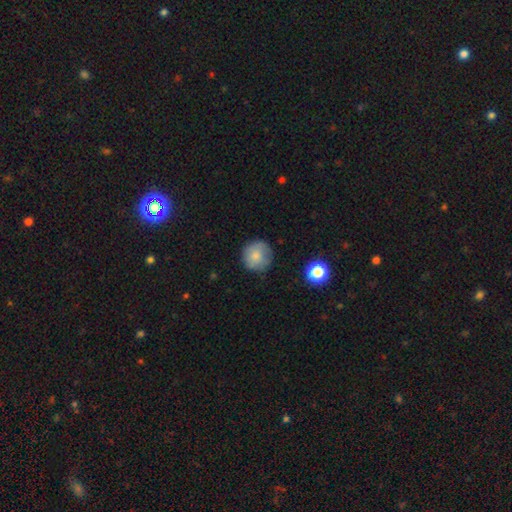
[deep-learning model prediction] Smooth or featured?
  - smooth: 80% *
  - featured or disk: 12%
  - star or artifact: 8%
How rounded?
  - round: 93% *
  - in between: 6%
  - cigar-shaped: 1%
Merging?
  - none: 78% *
  - minor disturbance: 16%
  - major disturbance: 4%
  - merger: 2%